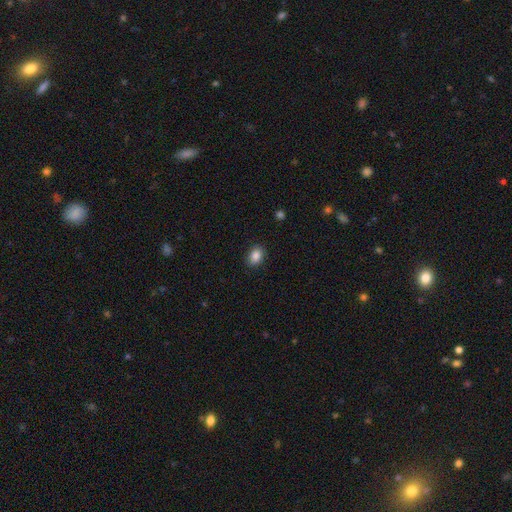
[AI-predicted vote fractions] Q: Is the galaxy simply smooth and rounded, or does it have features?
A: smooth — 87%.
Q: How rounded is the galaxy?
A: in between — 73%.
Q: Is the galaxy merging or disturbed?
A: none — 87%.